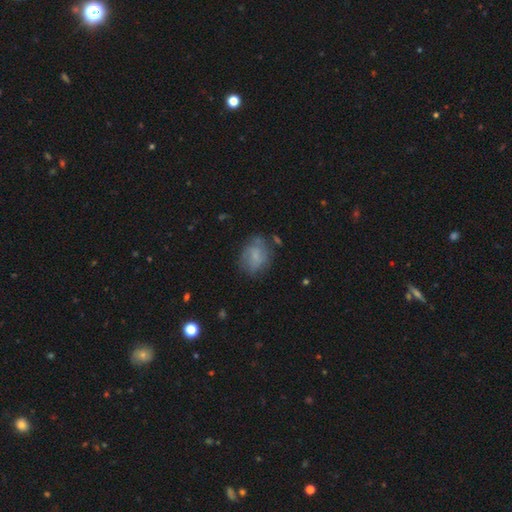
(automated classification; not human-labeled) Smooth or featured?
  - smooth: 57% *
  - featured or disk: 33%
  - star or artifact: 10%
How rounded?
  - in between: 55% *
  - round: 44%
  - cigar-shaped: 1%
Merging?
  - none: 59% *
  - minor disturbance: 25%
  - major disturbance: 12%
  - merger: 3%